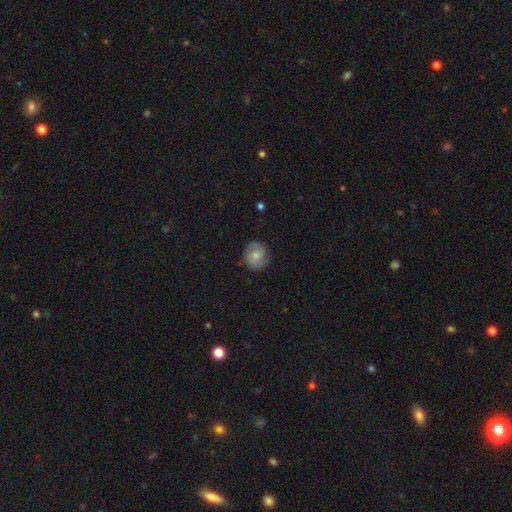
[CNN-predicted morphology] Q: Smooth or featured?
A: smooth (64%); runner-up: featured or disk (29%)
Q: How rounded?
A: round (83%); runner-up: in between (16%)
Q: Merging?
A: none (81%); runner-up: minor disturbance (15%)